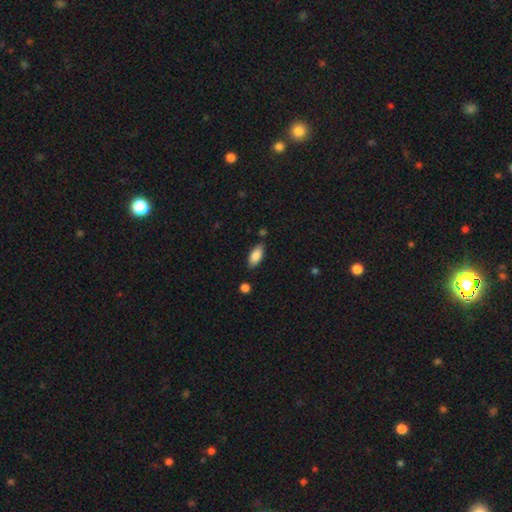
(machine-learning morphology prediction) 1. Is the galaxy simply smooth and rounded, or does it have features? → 86% smooth, 7% featured or disk, 6% star or artifact.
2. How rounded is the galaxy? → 86% in between, 12% cigar-shaped, 2% round.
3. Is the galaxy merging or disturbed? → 83% none, 12% minor disturbance, 3% merger, 2% major disturbance.